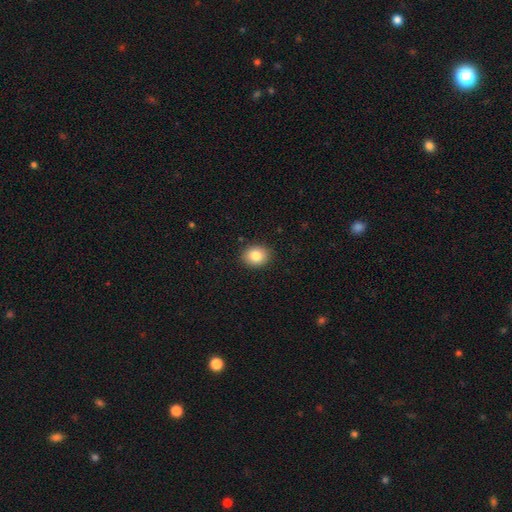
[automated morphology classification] type=smooth (83%); roundness=round (63%); merging=none (89%).